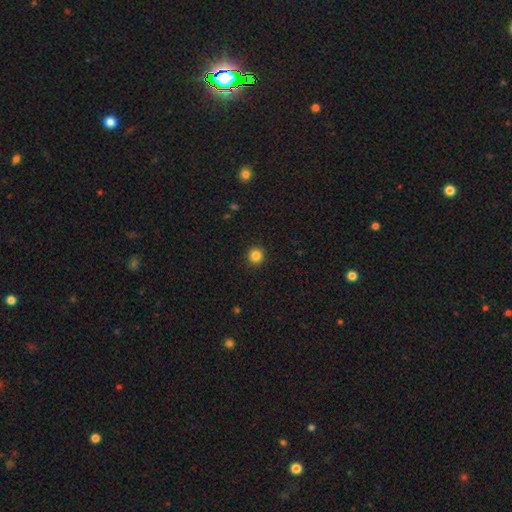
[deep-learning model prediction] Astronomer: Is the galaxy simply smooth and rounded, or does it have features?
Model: smooth — 84%.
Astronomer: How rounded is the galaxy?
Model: round — 94%.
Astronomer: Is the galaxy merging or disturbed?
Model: none — 93%.